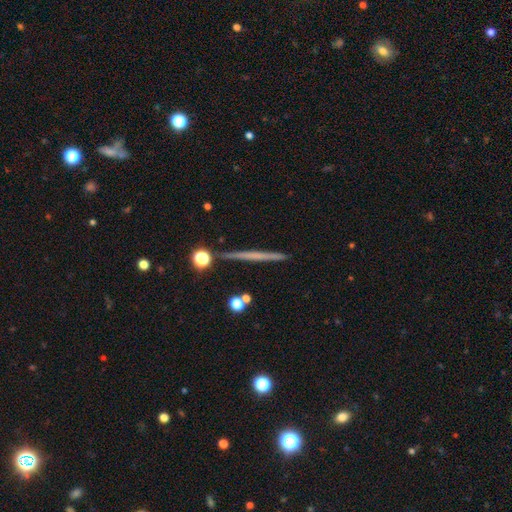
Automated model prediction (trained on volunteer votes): Smooth or featured: featured or disk — 54% (smooth — 38%)
Edge-on disk: yes — 97% (no — 3%)
Edge-on bulge: none — 89% (rounded — 8%)
Merging: none — 90% (minor disturbance — 6%)